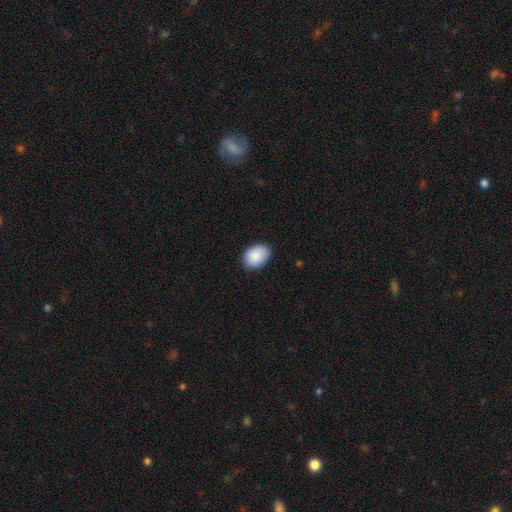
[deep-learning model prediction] This is clearly a smooth galaxy (89%). How rounded: likely in between (78%). Merging: clearly none (84%).